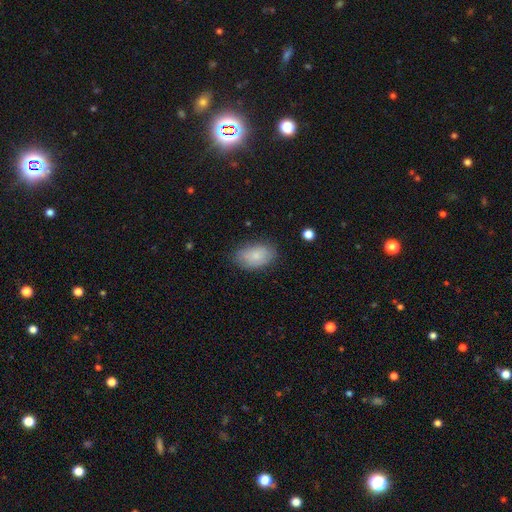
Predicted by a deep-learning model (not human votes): This is likely a smooth galaxy (79%). How rounded: clearly in between (91%). Merging: likely none (76%).